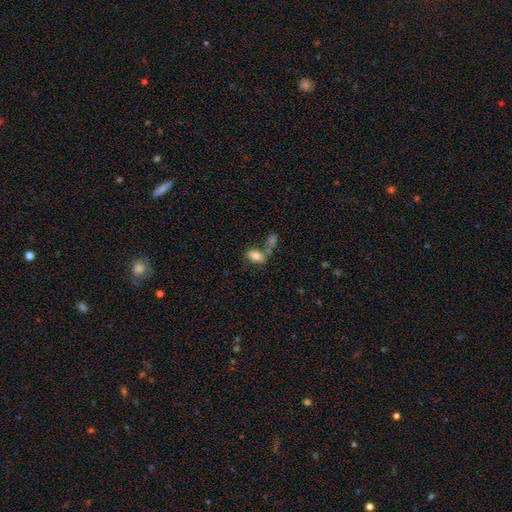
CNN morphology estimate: A smooth galaxy with no disk features (78%) that is in between round and cigar-shaped (90%). Merging: none (43%).